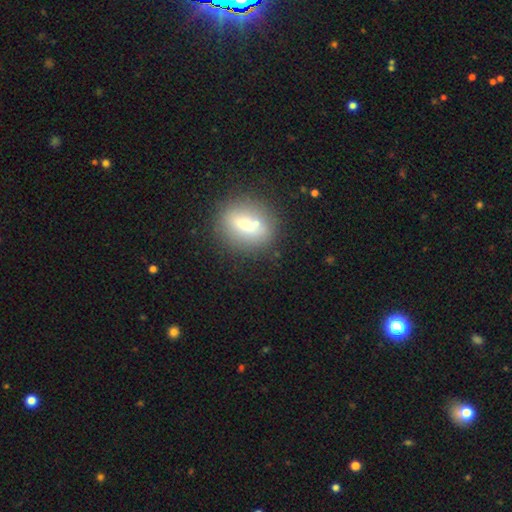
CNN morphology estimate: smooth_or_featured: smooth (p=0.57) [alt: featured or disk p=0.26]
how_rounded: in between (p=0.63) [alt: round p=0.25]
merging: none (p=0.86) [alt: minor disturbance p=0.09]